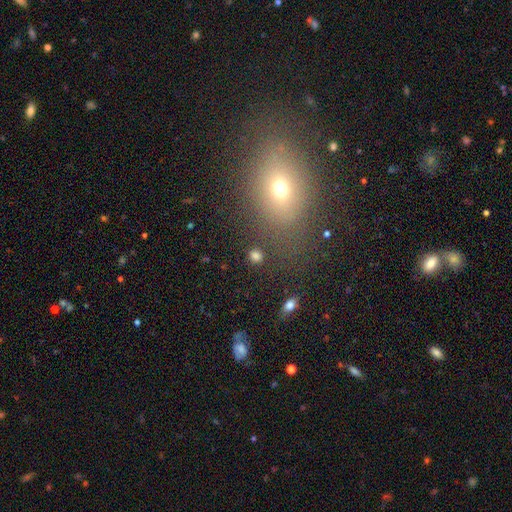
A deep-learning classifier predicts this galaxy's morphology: Smooth or featured: smooth — 80% (star or artifact — 15%)
How rounded: round — 81% (in between — 18%)
Merging: none — 86% (minor disturbance — 7%)